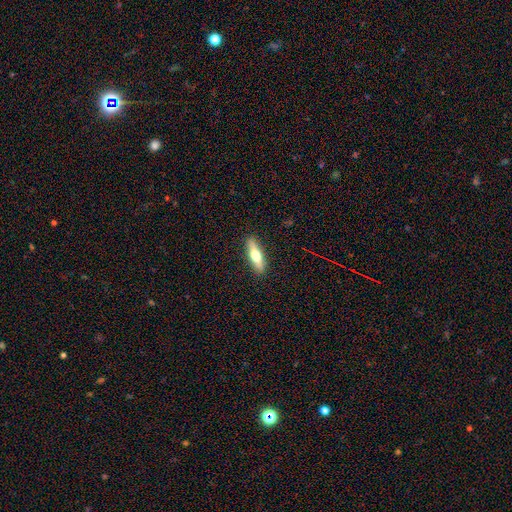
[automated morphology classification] Smooth or featured? smooth (54%)
How rounded? cigar-shaped (65%)
Merging? none (90%)